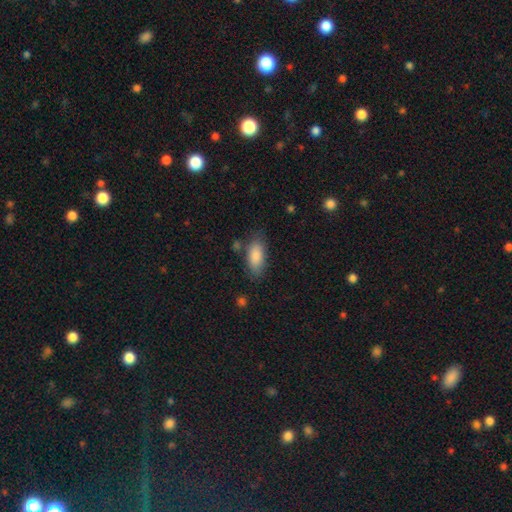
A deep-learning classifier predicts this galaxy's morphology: smooth 86%, featured or disk 7%, star or artifact 7%. Down the decision tree: how rounded — in between (87%); merging — none (73%).